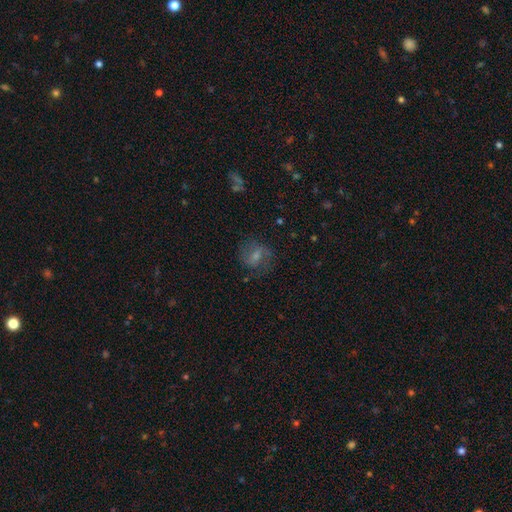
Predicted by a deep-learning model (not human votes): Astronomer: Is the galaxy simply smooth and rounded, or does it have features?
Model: smooth — 48% (runner-up: featured or disk, 41%).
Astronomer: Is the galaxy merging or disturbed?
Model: none — 65%.